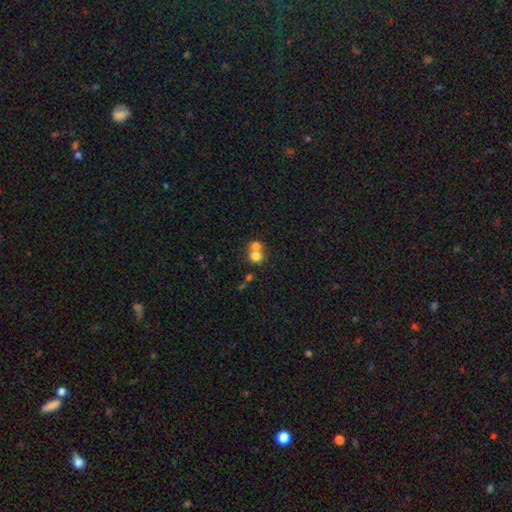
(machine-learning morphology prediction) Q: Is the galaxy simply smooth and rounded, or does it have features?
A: smooth — 74%.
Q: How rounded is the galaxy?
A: round — 80%.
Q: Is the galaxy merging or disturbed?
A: merger — 61%.